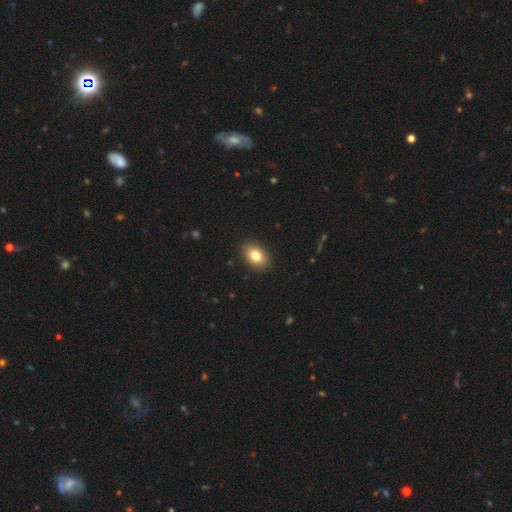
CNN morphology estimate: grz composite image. It shows a smooth galaxy with no disk features (81%) that is in between round and cigar-shaped (81%). Merging: none (89%).